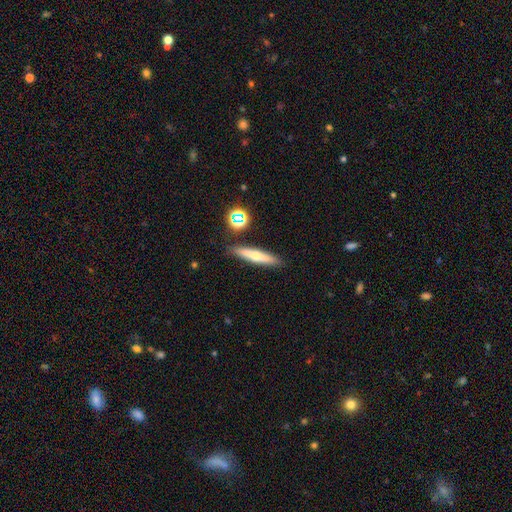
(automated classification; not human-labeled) Q: Smooth or featured?
A: smooth (49%); runner-up: featured or disk (43%)
Q: Merging?
A: none (87%); runner-up: minor disturbance (8%)